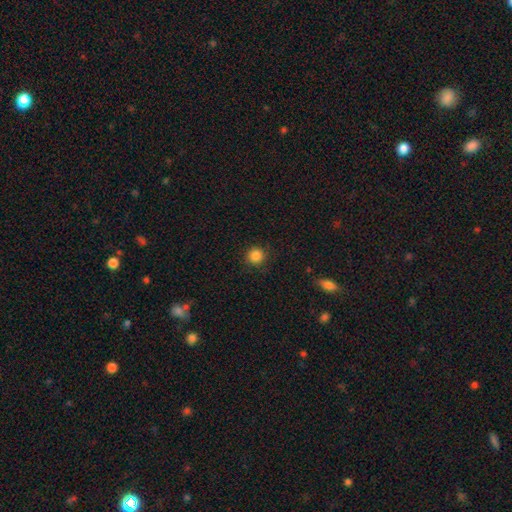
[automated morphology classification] smooth-or-featured: smooth: 86% | star or artifact: 11% | featured or disk: 3%
  how-rounded: round: 93% | in between: 6% | cigar-shaped: 1%
  merging: none: 90% | minor disturbance: 7% | major disturbance: 2% | merger: 1%